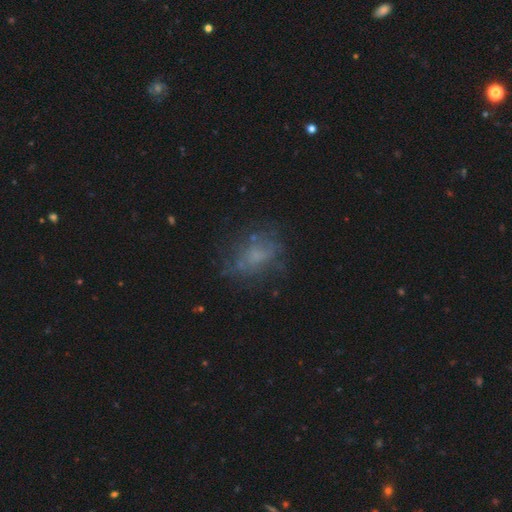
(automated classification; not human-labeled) This appears to be a smooth galaxy with no disk features (47%). Merging: none (61%).